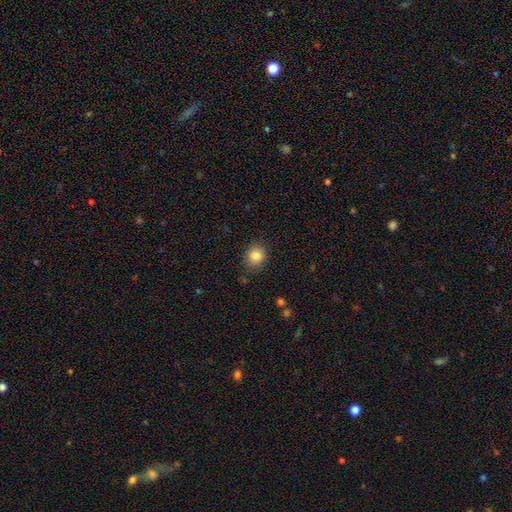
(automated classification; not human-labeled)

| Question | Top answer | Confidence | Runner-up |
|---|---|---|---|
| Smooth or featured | smooth | 83% | star or artifact (10%) |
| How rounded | round | 73% | in between (26%) |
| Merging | none | 84% | minor disturbance (12%) |